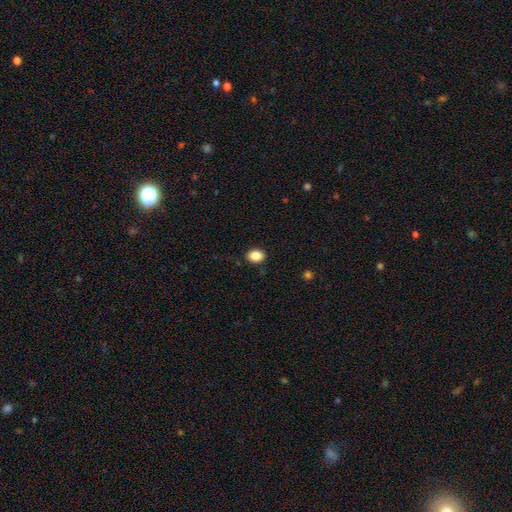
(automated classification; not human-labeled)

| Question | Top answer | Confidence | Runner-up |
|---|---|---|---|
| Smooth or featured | smooth | 88% | star or artifact (9%) |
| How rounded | in between | 66% | round (33%) |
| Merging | none | 87% | minor disturbance (9%) |